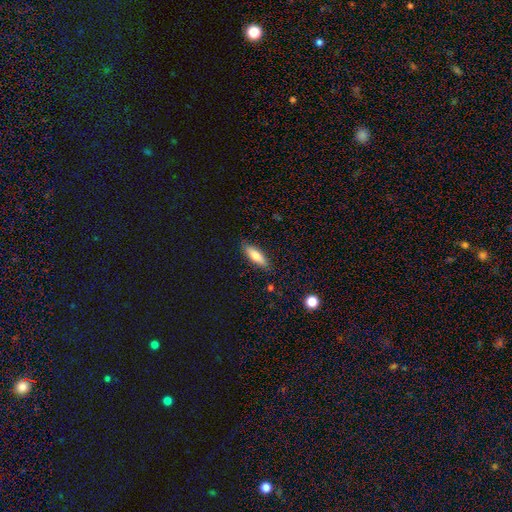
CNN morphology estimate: smooth_or_featured: smooth (p=0.73) [alt: featured or disk p=0.20]
how_rounded: in between (p=0.51) [alt: cigar-shaped p=0.47]
merging: none (p=0.85) [alt: minor disturbance p=0.11]